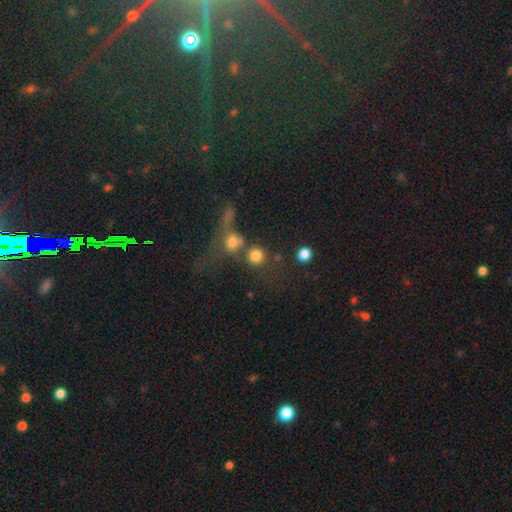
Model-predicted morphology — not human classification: The model was most divided on "merging": none: 59%, merger: 25%, major disturbance: 8%, minor disturbance: 8%. More confident: how rounded — round (91%); smooth or featured — smooth (80%).